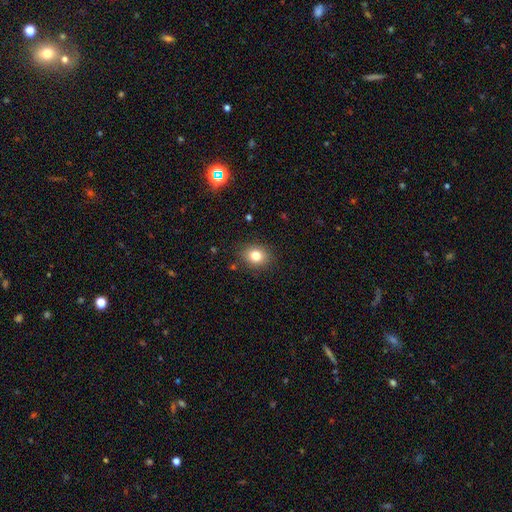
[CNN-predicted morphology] Q: Smooth or featured?
A: smooth (81%); runner-up: star or artifact (11%)
Q: How rounded?
A: round (59%); runner-up: in between (40%)
Q: Merging?
A: none (87%); runner-up: minor disturbance (9%)